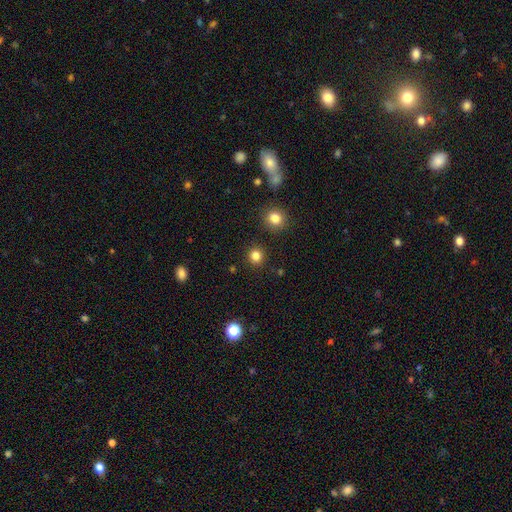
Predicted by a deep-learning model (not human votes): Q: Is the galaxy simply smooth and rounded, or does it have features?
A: smooth — 82%.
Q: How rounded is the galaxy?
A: round — 91%.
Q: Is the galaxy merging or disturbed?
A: none — 90%.